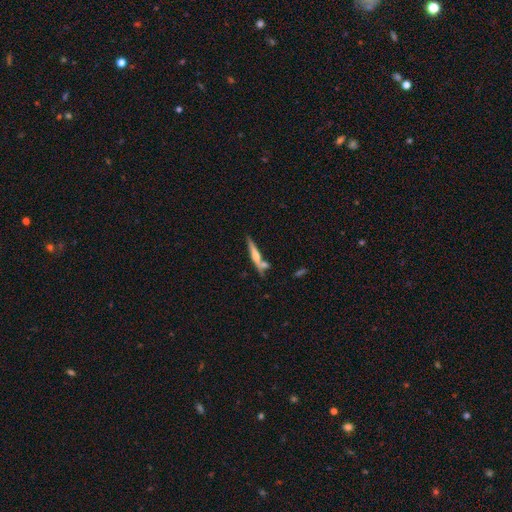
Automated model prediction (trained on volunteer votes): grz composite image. It shows a featured or disk galaxy (56%) viewed edge-on (94%) with a rounded central bulge (76%). Merging: none (61%).